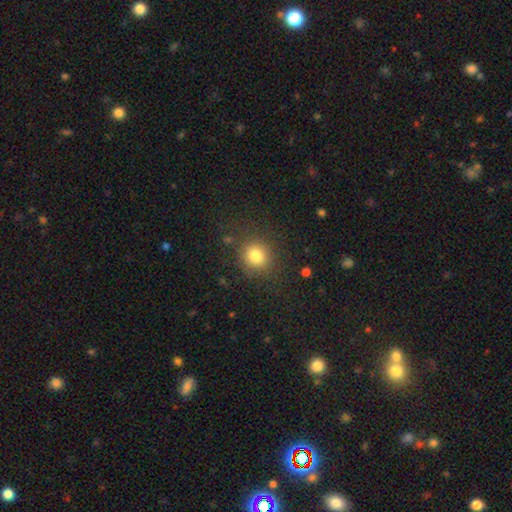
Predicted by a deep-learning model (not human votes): This is clearly a smooth galaxy (80%). How rounded: clearly round (84%). Merging: clearly none (84%).